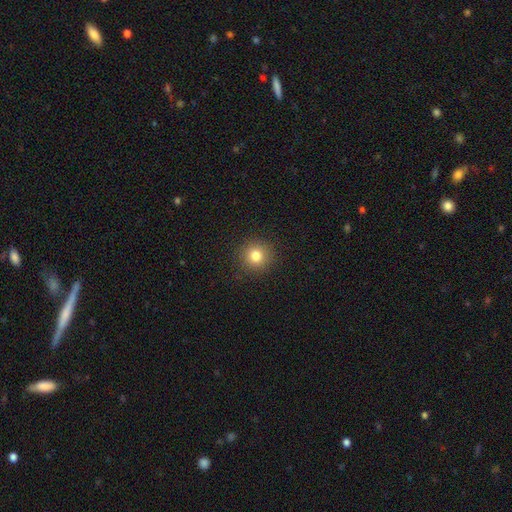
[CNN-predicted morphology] Q: Smooth or featured?
A: smooth (81%); runner-up: star or artifact (12%)
Q: How rounded?
A: round (93%); runner-up: in between (6%)
Q: Merging?
A: none (91%); runner-up: minor disturbance (5%)